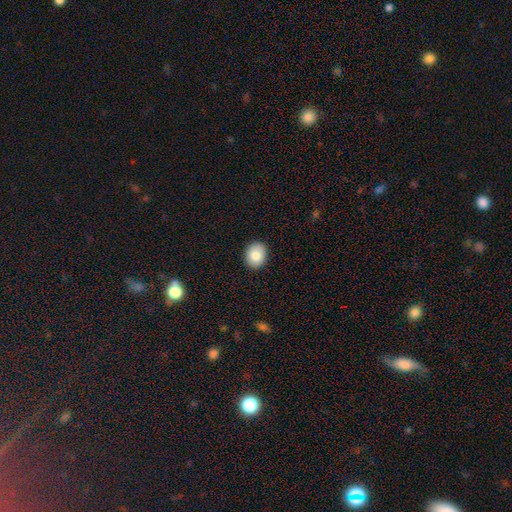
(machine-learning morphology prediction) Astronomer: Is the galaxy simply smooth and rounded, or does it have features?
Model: smooth — 82%.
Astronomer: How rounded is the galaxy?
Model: round — 57% (runner-up: in between, 42%).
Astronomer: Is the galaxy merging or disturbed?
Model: none — 91%.